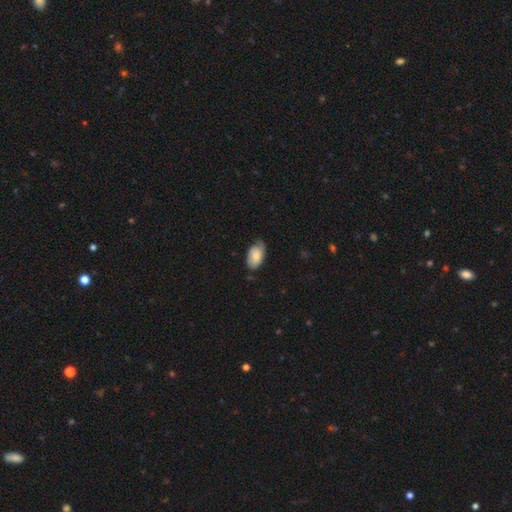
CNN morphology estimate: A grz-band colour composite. It shows a smooth galaxy with no disk features (66%) that is in between round and cigar-shaped (93%). Merging: none (52%).